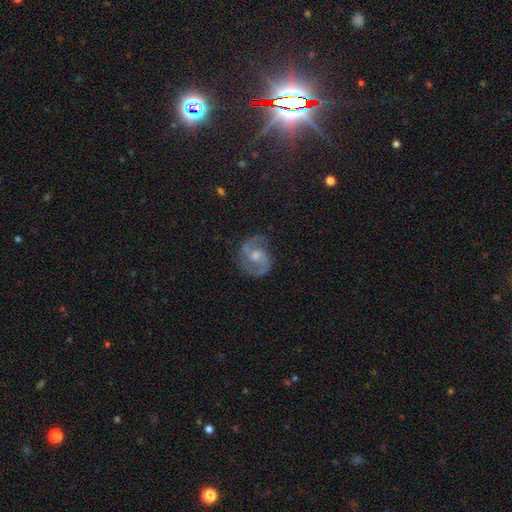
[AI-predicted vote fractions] This appears to be a featured or disk galaxy (85%) with no bar (47%), 2 (91%) medium (58%) spiral arms (96%) and a moderate central bulge (59%). Merging: none (78%).